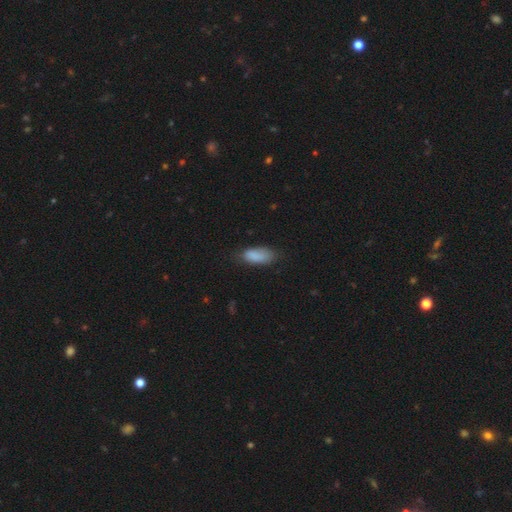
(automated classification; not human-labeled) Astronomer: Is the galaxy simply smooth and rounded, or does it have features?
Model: smooth — 86%.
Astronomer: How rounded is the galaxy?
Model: in between — 85%.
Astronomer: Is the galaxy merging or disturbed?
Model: none — 68%.